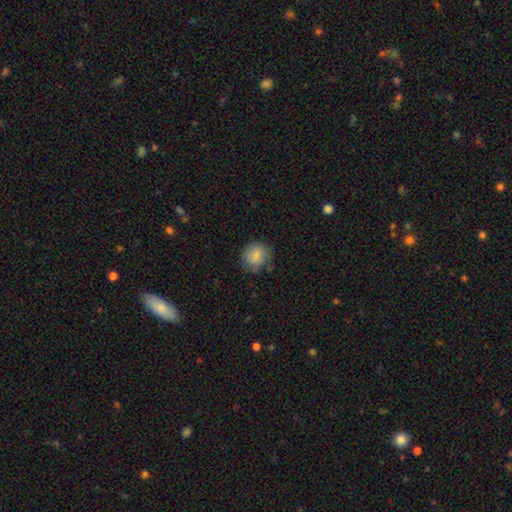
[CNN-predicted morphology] Q: Smooth or featured?
A: smooth (83%); runner-up: featured or disk (9%)
Q: How rounded?
A: round (84%); runner-up: in between (15%)
Q: Merging?
A: none (75%); runner-up: minor disturbance (19%)